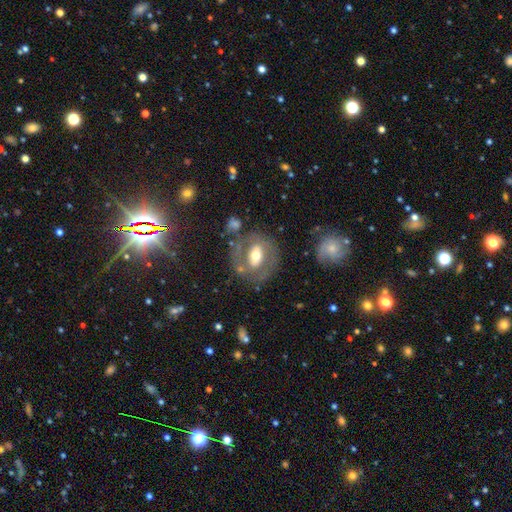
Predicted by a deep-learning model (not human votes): This is possibly a featured or disk galaxy (56%). It is clearly not viewed edge-on (92%). Bar: marginally no (39%). Spiral arm pattern: likely no (67%). Central bulge: likely moderate (66%). Merging: likely none (69%).